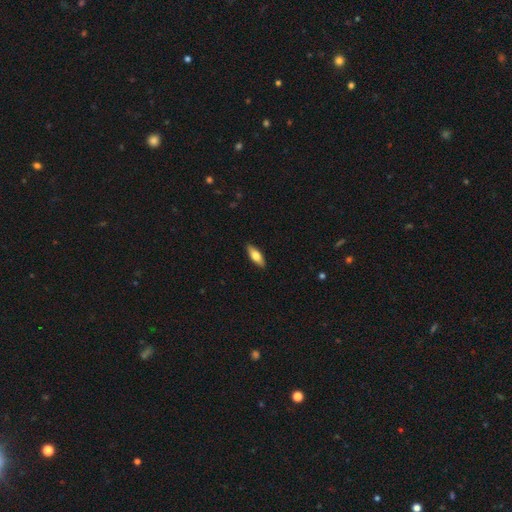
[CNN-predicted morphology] smooth 67%, featured or disk 27%, star or artifact 6%. Down the decision tree: how rounded — in between (63%); merging — none (90%).